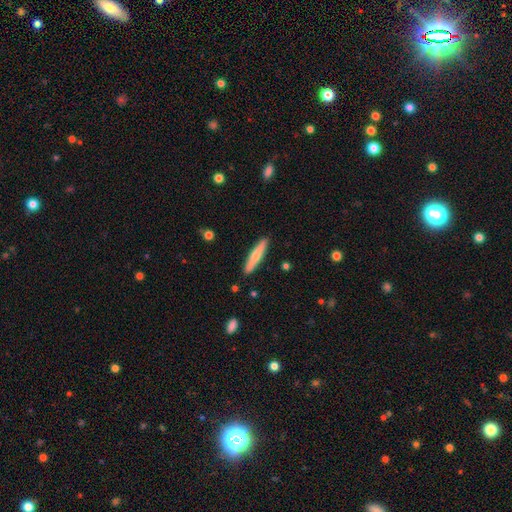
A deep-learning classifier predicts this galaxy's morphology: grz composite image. It shows a smooth galaxy with no disk features (59%) that is cigar-shaped (89%). Merging: none (90%).